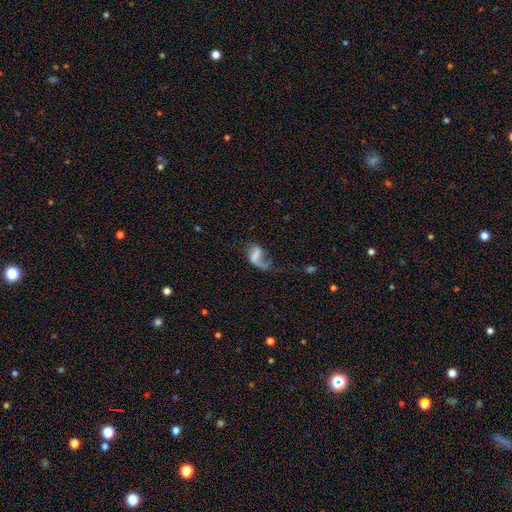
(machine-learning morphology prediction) This appears to be a featured or disk galaxy (56%) with no bar (42%), spiral arms (75%) and no central bulge (60%). Merging: major disturbance (49%).